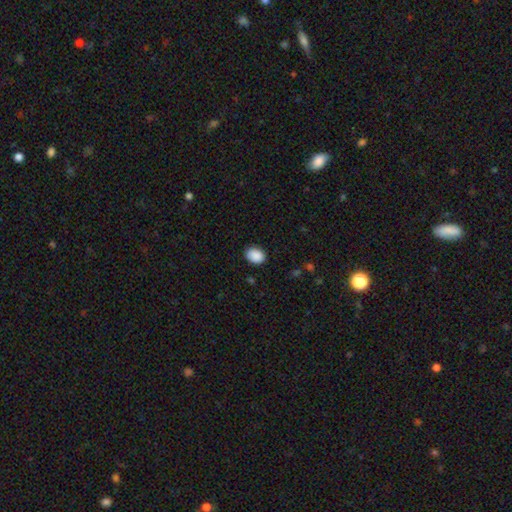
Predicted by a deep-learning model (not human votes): A smooth galaxy with no disk features (90%) that is in between round and cigar-shaped (68%). Merging: none (87%).